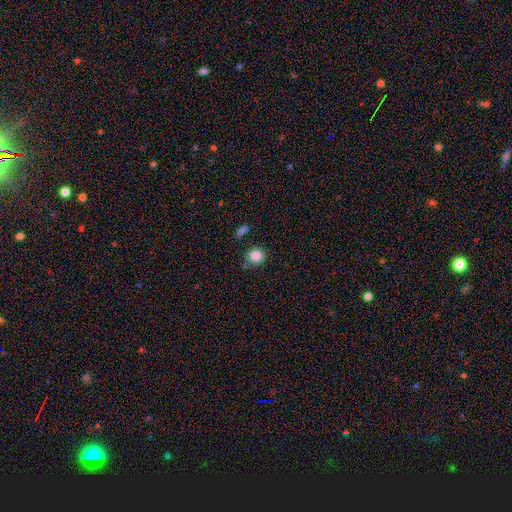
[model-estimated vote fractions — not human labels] smooth 86%, star or artifact 9%, featured or disk 5%. Down the decision tree: how rounded — round (86%); merging — none (79%).